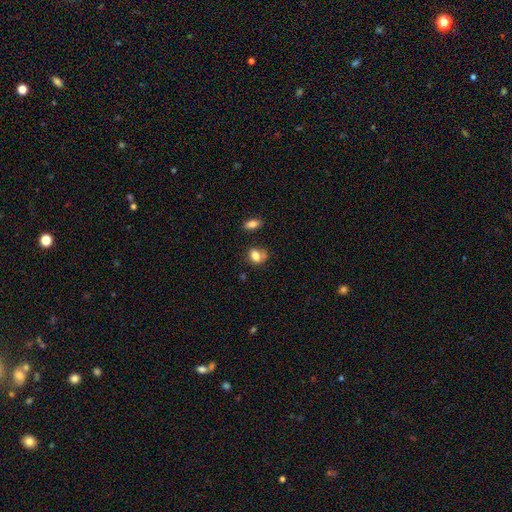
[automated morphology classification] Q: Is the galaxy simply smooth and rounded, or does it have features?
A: smooth — 78%.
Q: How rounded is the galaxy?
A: in between — 63%.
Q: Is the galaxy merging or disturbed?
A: none — 48%.